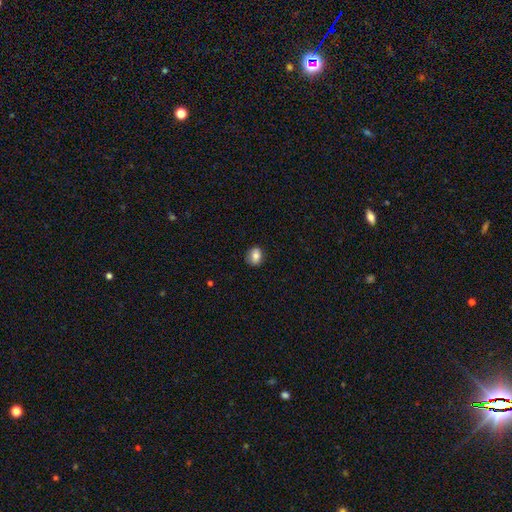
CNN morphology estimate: This is likely a smooth galaxy (80%). How rounded: possibly round (55%). Merging: clearly none (82%).